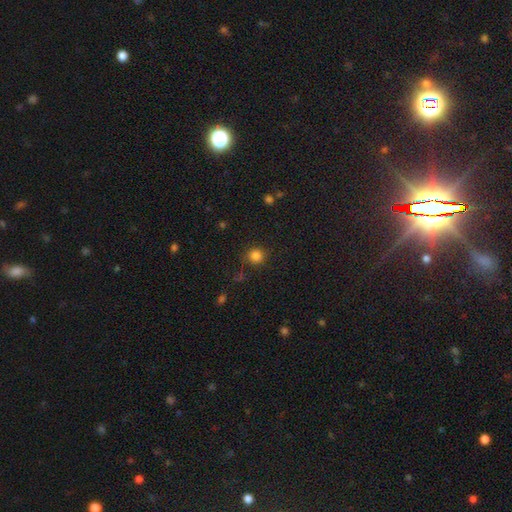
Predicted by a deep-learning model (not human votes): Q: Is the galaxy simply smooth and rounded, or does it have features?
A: smooth — 83%.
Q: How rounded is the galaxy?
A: round — 92%.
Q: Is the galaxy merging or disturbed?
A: none — 84%.